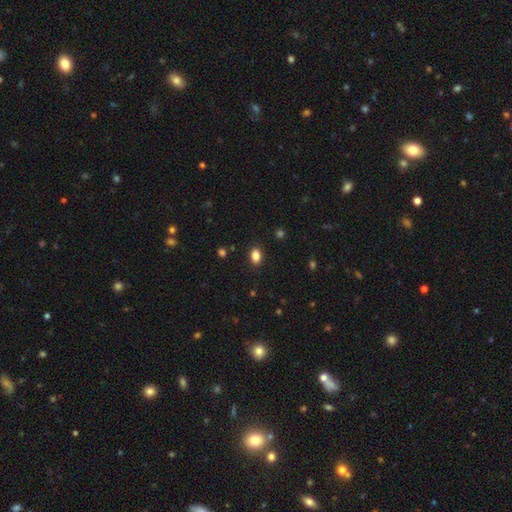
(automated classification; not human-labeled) A smooth galaxy with no disk features (85%) that is in between round and cigar-shaped (81%). Merging: none (88%).